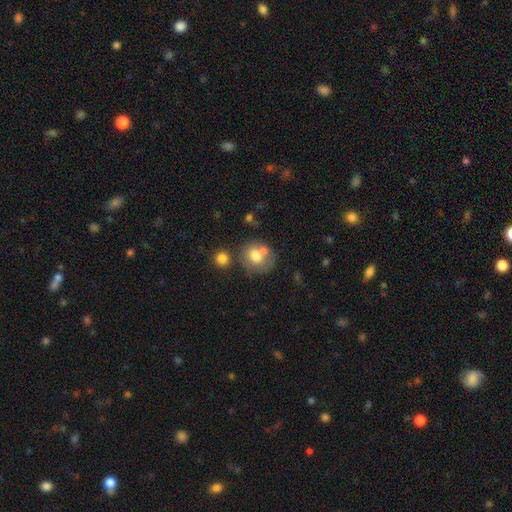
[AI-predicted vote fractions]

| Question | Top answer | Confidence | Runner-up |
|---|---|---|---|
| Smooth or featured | smooth | 69% | featured or disk (22%) |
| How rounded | round | 72% | in between (27%) |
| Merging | none | 46% | merger (32%) |